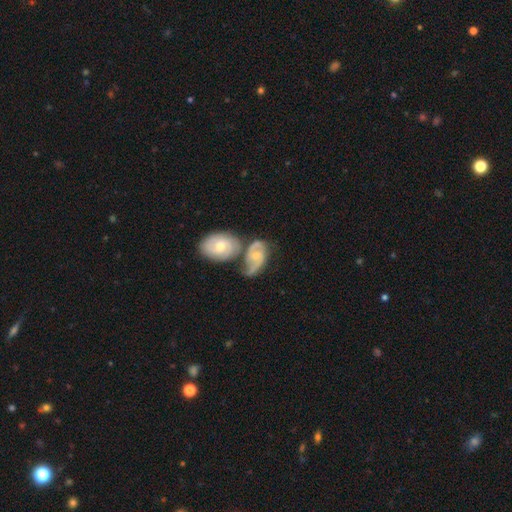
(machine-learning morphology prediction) This is likely a featured or disk galaxy (77%). It is clearly not viewed edge-on (97%). Bar: possibly no (56%). Spiral arm pattern: clearly yes (93%). Spiral arm count: likely 2 (78%). Spiral winding: possibly medium (48%). Central bulge: possibly small (52%). Merging: possibly merger (47%).